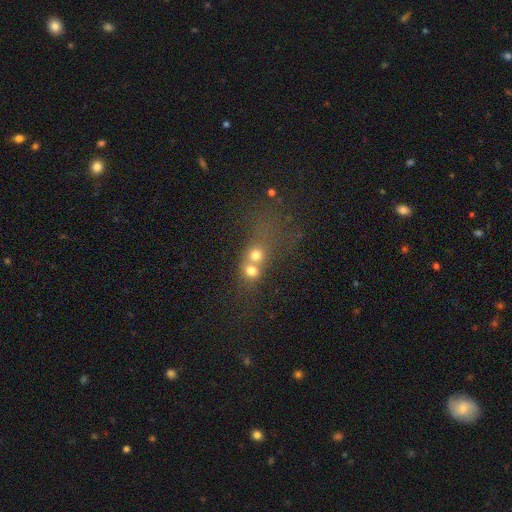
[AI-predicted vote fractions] The model was most divided on "how rounded": round: 67%, in between: 30%, cigar-shaped: 4%. More confident: merging — merger (70%); smooth or featured — smooth (61%).